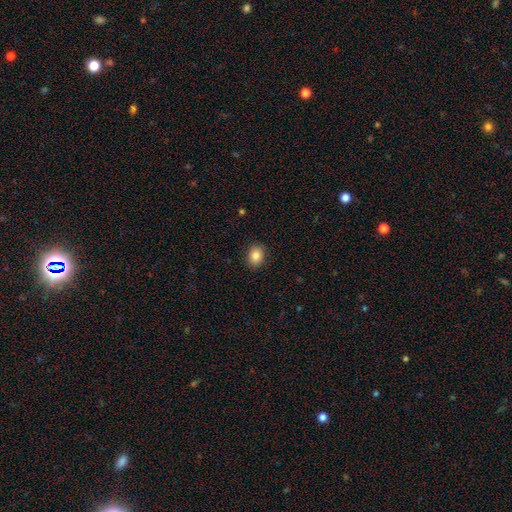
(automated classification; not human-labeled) Smooth or featured: smooth — 84% (star or artifact — 9%)
How rounded: in between — 50% (round — 49%)
Merging: none — 89% (minor disturbance — 8%)